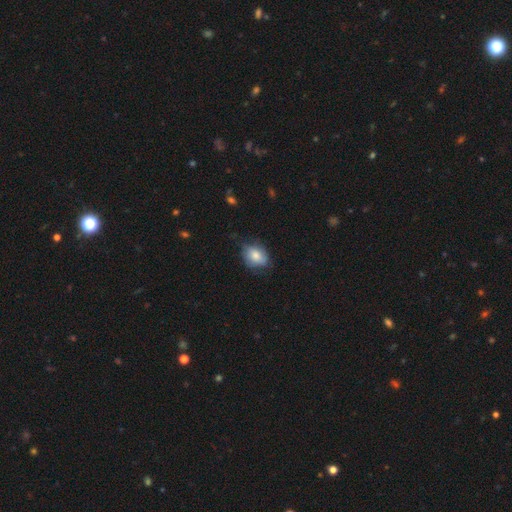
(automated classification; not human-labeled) smooth 75%, featured or disk 17%, star or artifact 7%. Down the decision tree: how rounded — in between (63%); merging — none (63%).